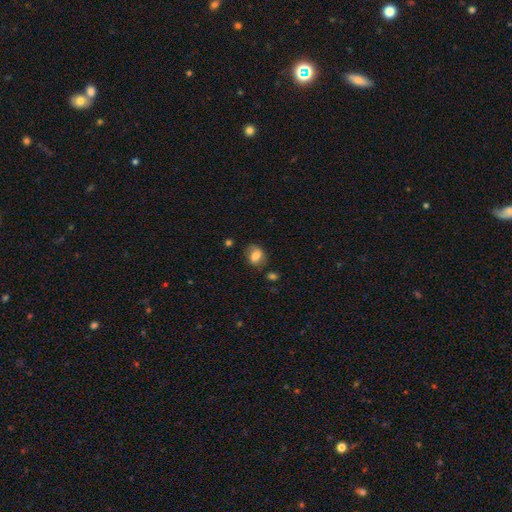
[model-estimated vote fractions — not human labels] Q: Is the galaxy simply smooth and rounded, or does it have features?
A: smooth — 74%.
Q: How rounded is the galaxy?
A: in between — 61%.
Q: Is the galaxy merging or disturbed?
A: none — 69%.